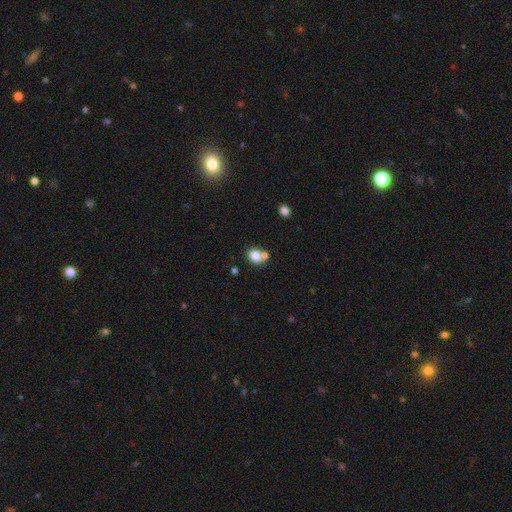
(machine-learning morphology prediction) The model was most divided on "how rounded": round: 50%, in between: 49%, cigar-shaped: 1%. More confident: smooth or featured — smooth (81%); merging — none (55%).